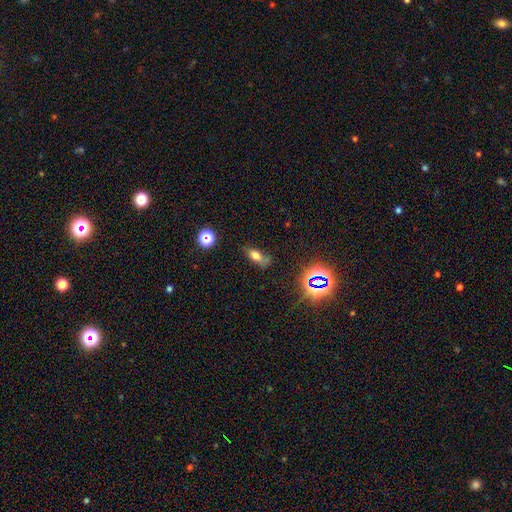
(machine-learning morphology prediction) smooth-or-featured: smooth: 67% | star or artifact: 19% | featured or disk: 15%
  how-rounded: in between: 76% | cigar-shaped: 14% | round: 9%
  merging: none: 57% | minor disturbance: 25% | major disturbance: 11% | merger: 6%